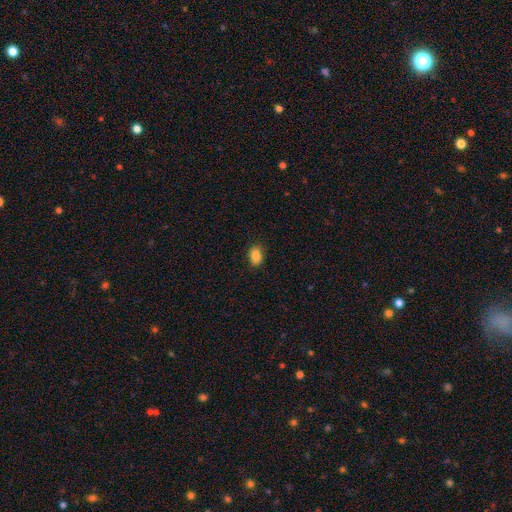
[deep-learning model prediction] The model was most divided on "how rounded": in between: 78%, round: 21%, cigar-shaped: 1%. More confident: smooth or featured — smooth (86%); merging — none (85%).